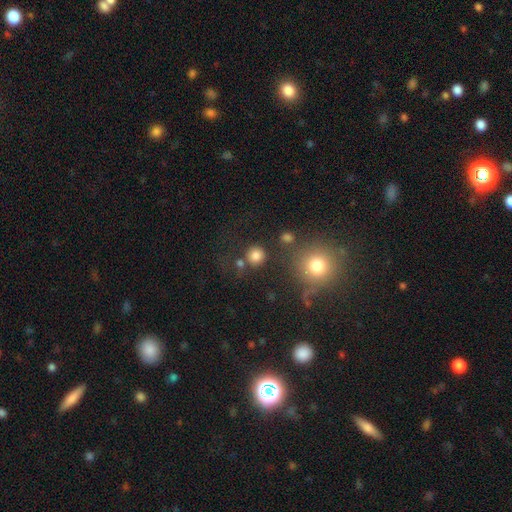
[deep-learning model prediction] Smooth or featured? smooth (81%)
How rounded? round (92%)
Merging? none (78%)